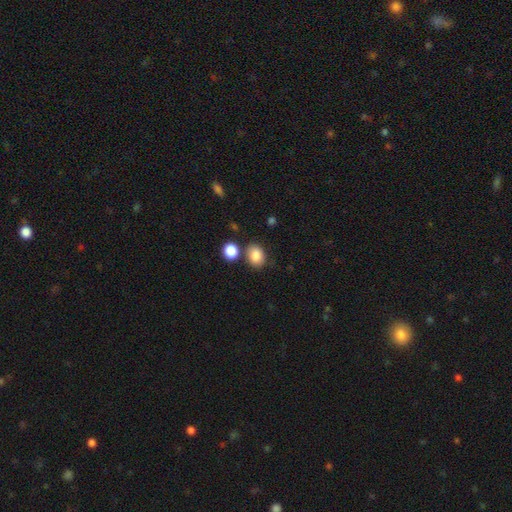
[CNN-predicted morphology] smooth_or_featured: smooth (p=0.86) [alt: star or artifact p=0.09]
how_rounded: in between (p=0.56) [alt: round p=0.43]
merging: none (p=0.72) [alt: merger p=0.12]